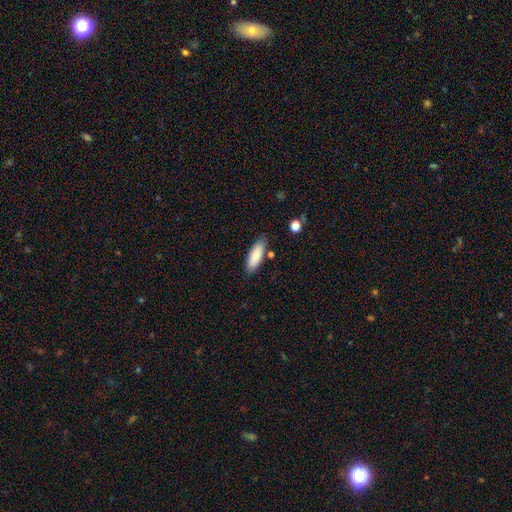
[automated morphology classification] smooth-or-featured: smooth: 85% | featured or disk: 9% | star or artifact: 6%
  how-rounded: in between: 58% | cigar-shaped: 41% | round: 2%
  merging: none: 81% | minor disturbance: 12% | merger: 4% | major disturbance: 3%